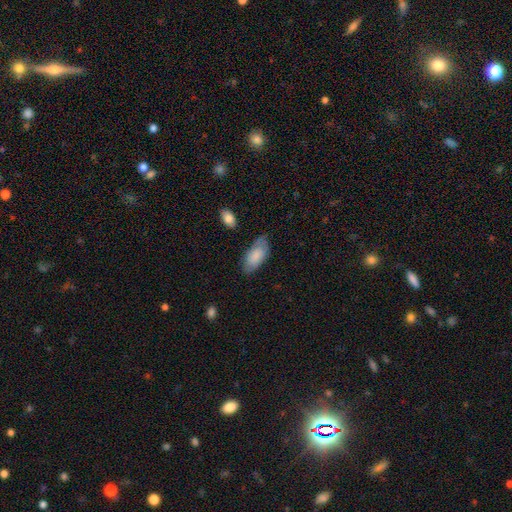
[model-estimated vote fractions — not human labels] smooth-or-featured: smooth: 81% | featured or disk: 13% | star or artifact: 6%
  how-rounded: in between: 93% | cigar-shaped: 5% | round: 2%
  merging: none: 68% | minor disturbance: 24% | major disturbance: 6% | merger: 2%